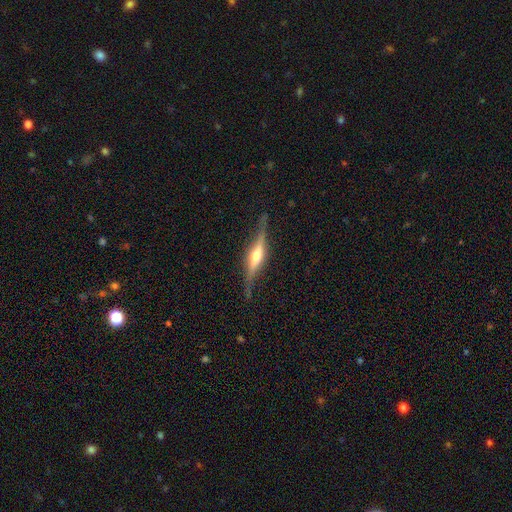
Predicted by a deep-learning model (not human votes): Q: Smooth or featured?
A: featured or disk (80%); runner-up: smooth (15%)
Q: Edge-on disk?
A: yes (95%); runner-up: no (5%)
Q: Edge-on bulge?
A: rounded (87%); runner-up: boxy (10%)
Q: Merging?
A: none (80%); runner-up: minor disturbance (14%)